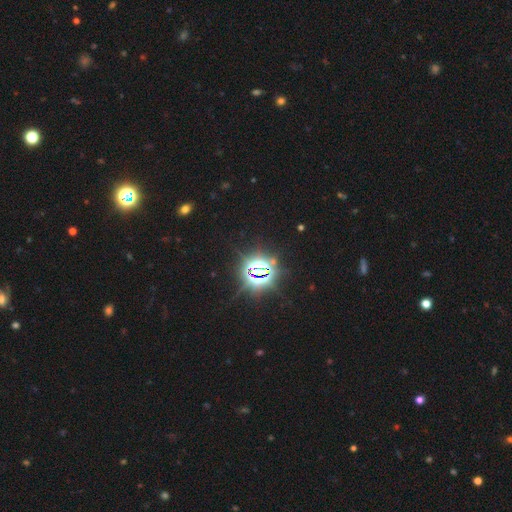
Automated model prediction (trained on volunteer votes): smooth-or-featured: star or artifact: 81% | smooth: 12% | featured or disk: 6%